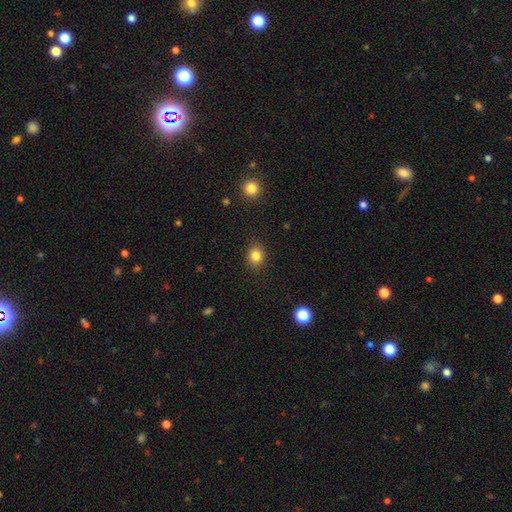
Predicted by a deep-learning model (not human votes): The model was most divided on "how rounded": round: 67%, in between: 32%, cigar-shaped: 1%. More confident: merging — none (88%); smooth or featured — smooth (83%).